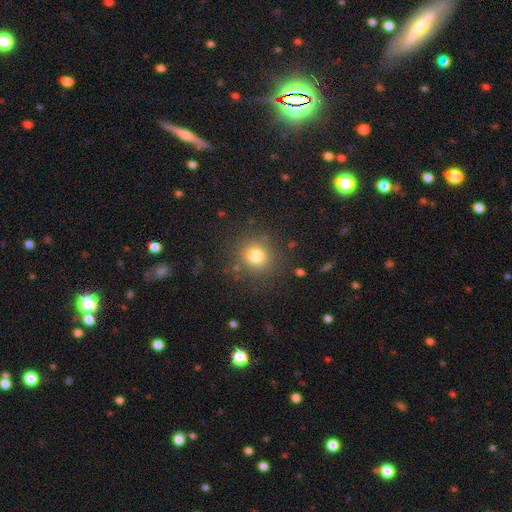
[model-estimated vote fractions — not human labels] Q: Smooth or featured?
A: smooth (78%); runner-up: star or artifact (14%)
Q: How rounded?
A: round (84%); runner-up: in between (15%)
Q: Merging?
A: none (85%); runner-up: minor disturbance (9%)